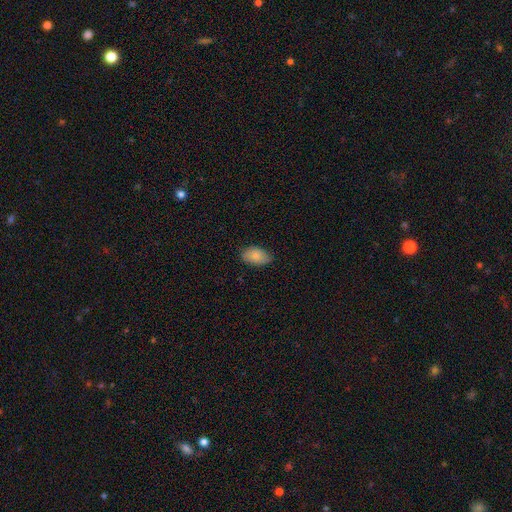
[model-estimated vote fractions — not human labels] smooth-or-featured: smooth: 84% | featured or disk: 10% | star or artifact: 7%
  how-rounded: in between: 92% | round: 6% | cigar-shaped: 1%
  merging: none: 75% | minor disturbance: 21% | major disturbance: 3% | merger: 1%